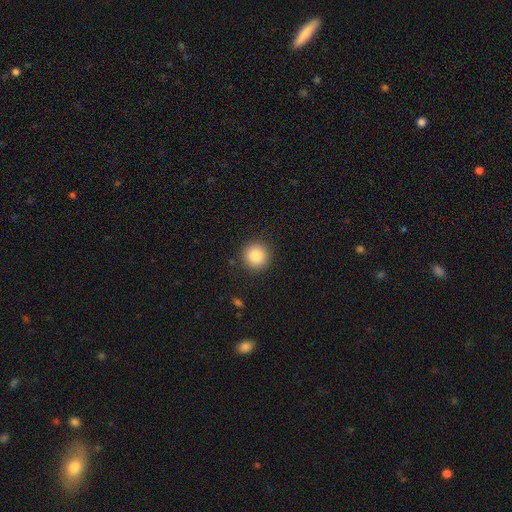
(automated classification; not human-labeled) Smooth or featured? smooth (84%)
How rounded? round (94%)
Merging? none (90%)